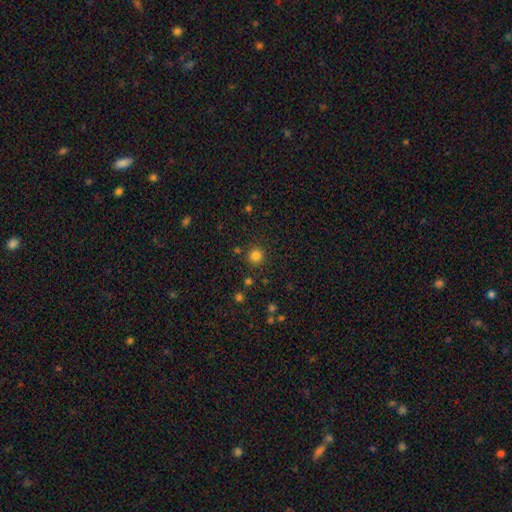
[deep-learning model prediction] The model was most divided on "smooth or featured": smooth: 82%, star or artifact: 14%, featured or disk: 4%. More confident: how rounded — round (93%); merging — none (88%).